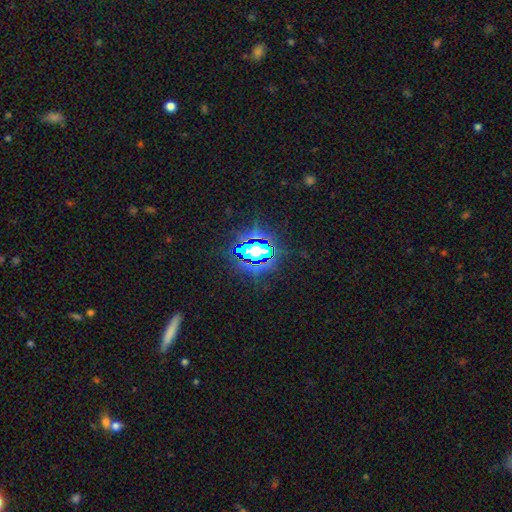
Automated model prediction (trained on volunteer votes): star or artifact 69%, smooth 20%, featured or disk 12%.